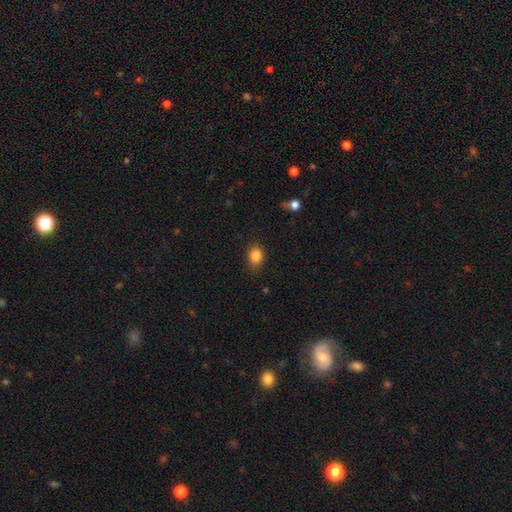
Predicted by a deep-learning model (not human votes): smooth_or_featured: smooth (p=0.86) [alt: star or artifact p=0.09]
how_rounded: in between (p=0.62) [alt: round p=0.37]
merging: none (p=0.80) [alt: minor disturbance p=0.15]